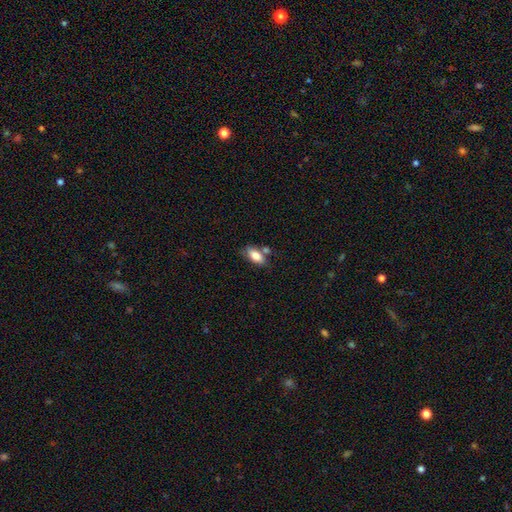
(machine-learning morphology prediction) Smooth or featured: smooth — 82% (featured or disk — 11%)
How rounded: in between — 89% (cigar-shaped — 7%)
Merging: none — 61% (merger — 17%)